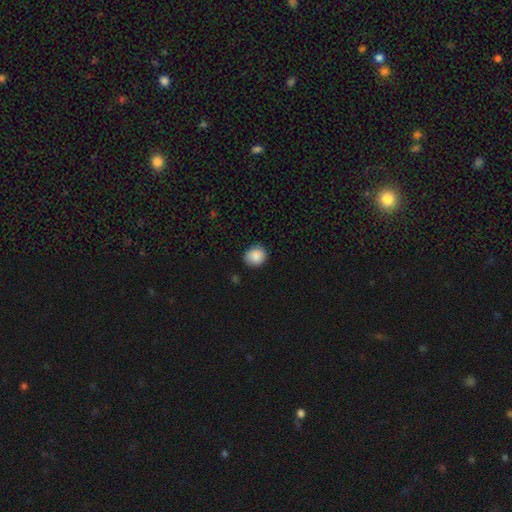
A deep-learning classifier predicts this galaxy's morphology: This is clearly a smooth galaxy (88%). How rounded: likely round (79%). Merging: clearly none (87%).